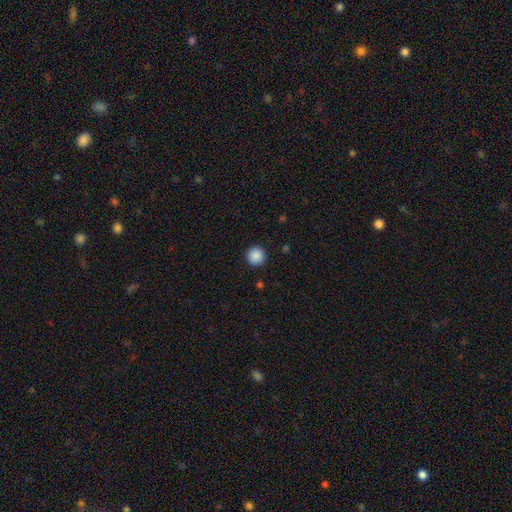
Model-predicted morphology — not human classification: A smooth galaxy with no disk features (89%) that is round (96%).

Vote fractions:
- Smooth or featured? smooth: 89% / star or artifact: 9% / featured or disk: 3%
- How rounded? round: 96% / in between: 3% / cigar-shaped: 1%
- Merging? none: 92% / minor disturbance: 5% / major disturbance: 2% / merger: 1%